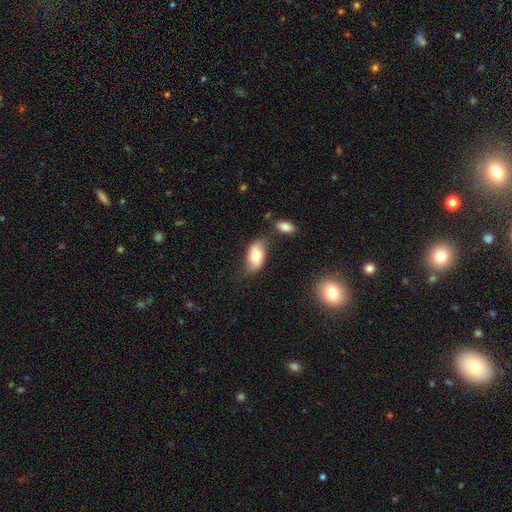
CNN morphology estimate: Overall: smooth (71%). How rounded: in between (92%). Merging: none (59%; minor disturbance 26%).